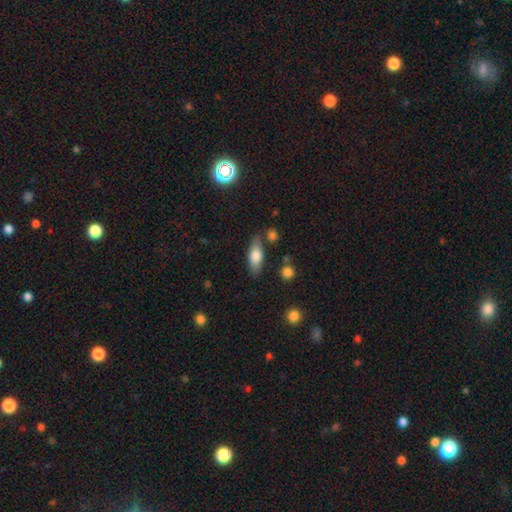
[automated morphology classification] This appears to be a smooth galaxy with no disk features (70%) that is in between round and cigar-shaped (73%). Merging: none (74%).